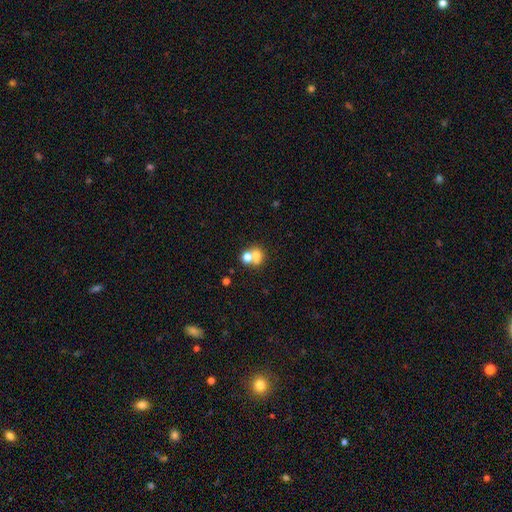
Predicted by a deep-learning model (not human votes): Overall: smooth (66%). How rounded: round (69%; in between 30%). Merging: merger (57%; none 32%).